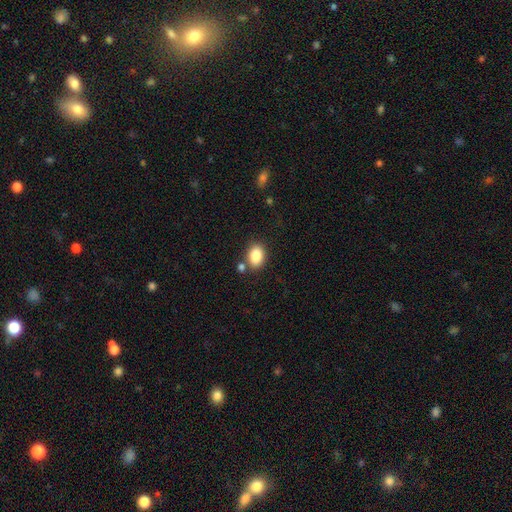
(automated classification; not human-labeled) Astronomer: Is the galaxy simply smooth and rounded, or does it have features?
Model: smooth — 87%.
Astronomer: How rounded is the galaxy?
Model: in between — 76%.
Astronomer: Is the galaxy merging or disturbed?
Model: none — 76%.